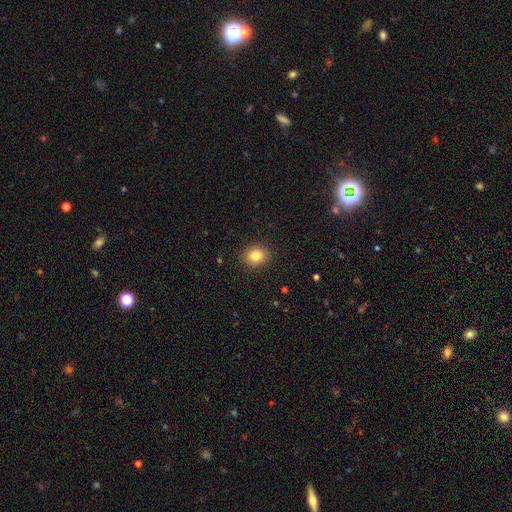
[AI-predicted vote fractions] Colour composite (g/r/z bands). It shows a smooth galaxy with no disk features (82%) that is round (72%). Merging: none (91%).